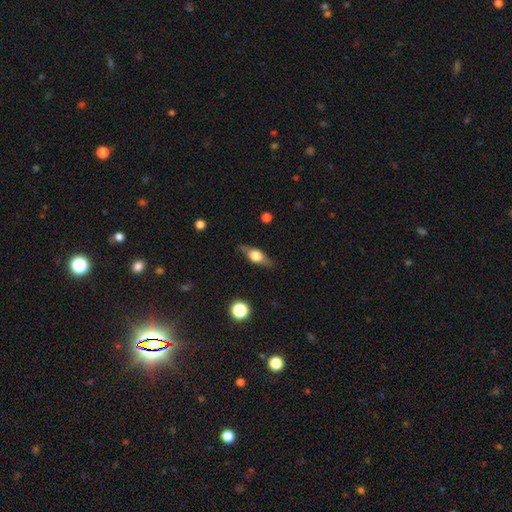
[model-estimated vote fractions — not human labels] featured or disk 47%, smooth 45%, star or artifact 7%. Down the decision tree: merging — none (81%).